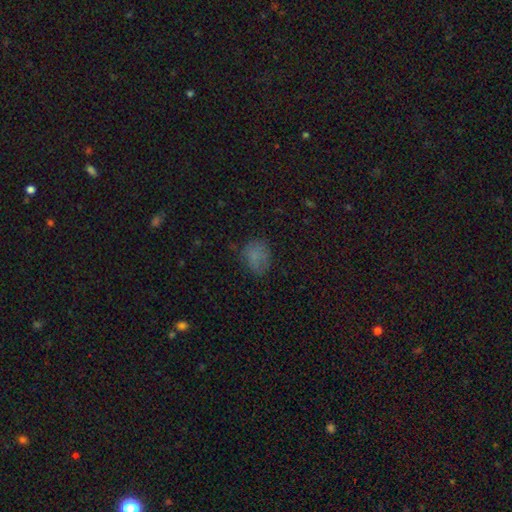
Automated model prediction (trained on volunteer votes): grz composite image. It shows a smooth galaxy with no disk features (73%) that is in between round and cigar-shaped (53%). Merging: none (62%).